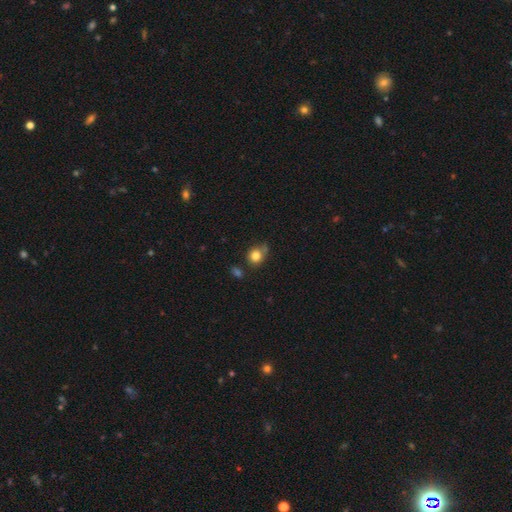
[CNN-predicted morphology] Overall: smooth (82%). How rounded: round (71%). Merging: none (59%; minor disturbance 26%).